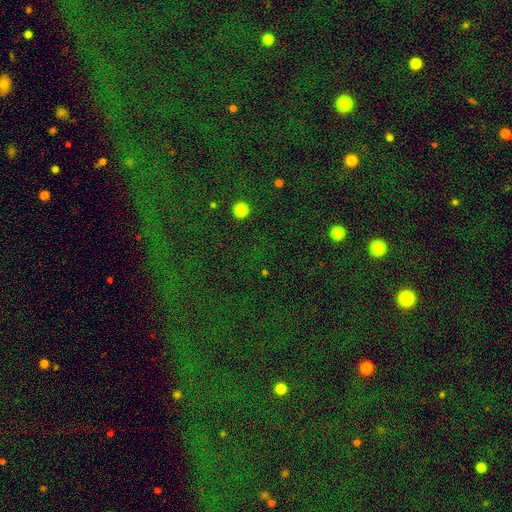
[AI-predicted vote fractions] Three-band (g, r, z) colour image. It shows a star or artifact, not a galaxy (75%).